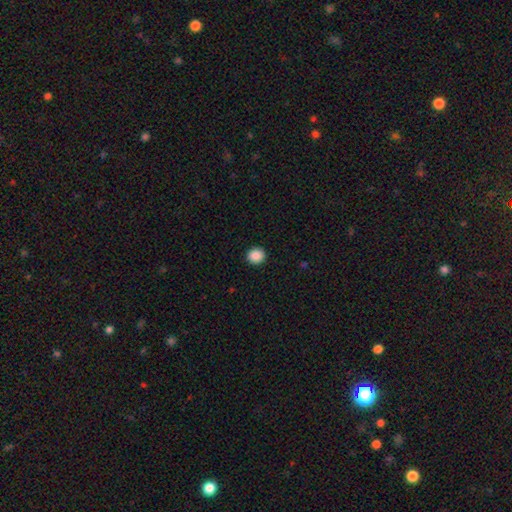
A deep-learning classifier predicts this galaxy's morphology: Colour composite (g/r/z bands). It shows a smooth galaxy with no disk features (89%) that is round (88%). Merging: none (93%).